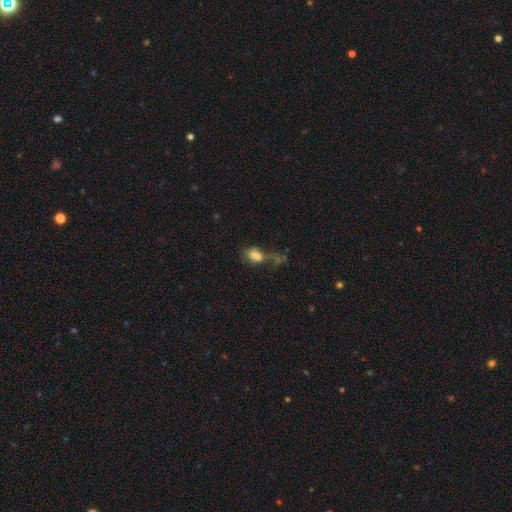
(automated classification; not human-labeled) Overall: smooth (69%). How rounded: in between (84%). Merging: major disturbance (44%; none 22%).